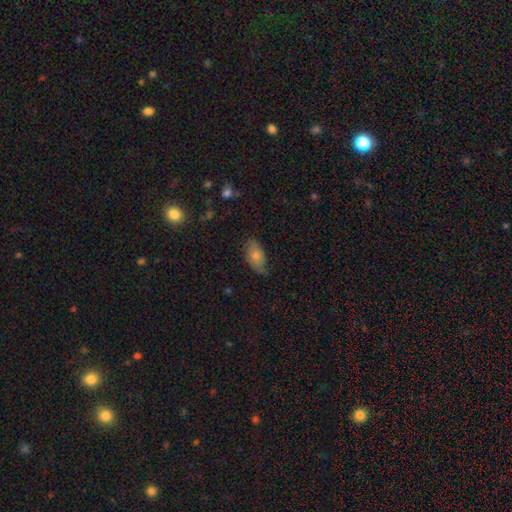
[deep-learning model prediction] Smooth or featured: smooth — 59% (featured or disk — 31%)
How rounded: in between — 89% (round — 7%)
Merging: none — 62% (minor disturbance — 28%)